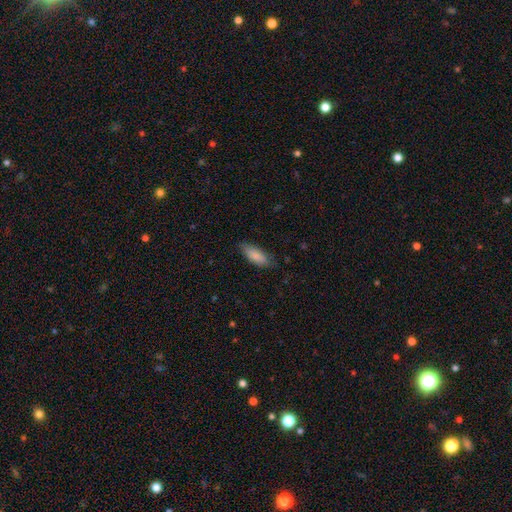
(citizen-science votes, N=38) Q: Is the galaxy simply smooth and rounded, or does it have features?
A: smooth — 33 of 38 (87%).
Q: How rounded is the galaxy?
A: in between — 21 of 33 (64%).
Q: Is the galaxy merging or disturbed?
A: none — 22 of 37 (59%).